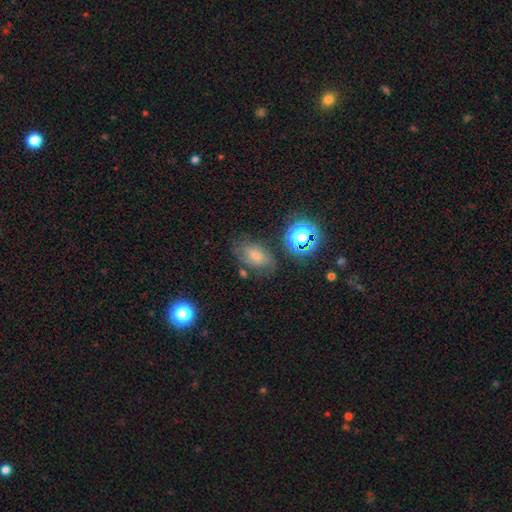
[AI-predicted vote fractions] Q: Smooth or featured?
A: featured or disk (38%); tied with: smooth (38%)
Q: Merging?
A: none (68%); runner-up: minor disturbance (20%)